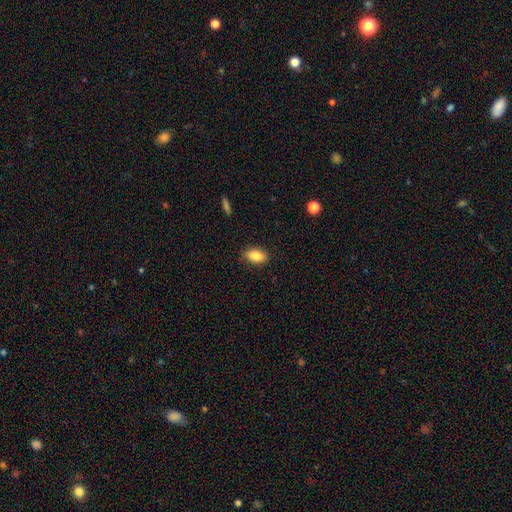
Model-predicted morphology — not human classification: Smooth or featured? smooth (85%)
How rounded? in between (88%)
Merging? none (85%)